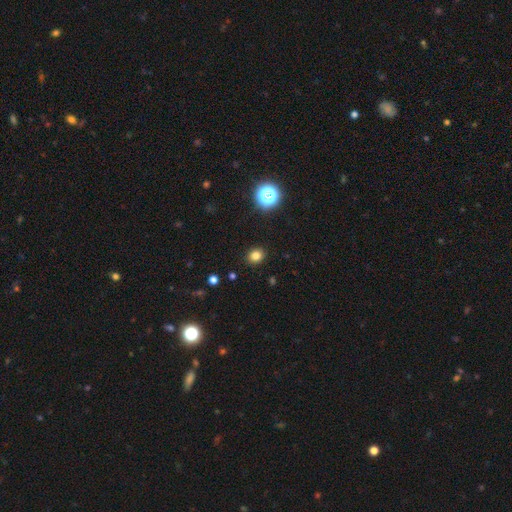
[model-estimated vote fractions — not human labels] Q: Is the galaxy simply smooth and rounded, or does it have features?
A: smooth — 80%.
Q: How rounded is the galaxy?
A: round — 69%.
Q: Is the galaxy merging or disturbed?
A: none — 90%.